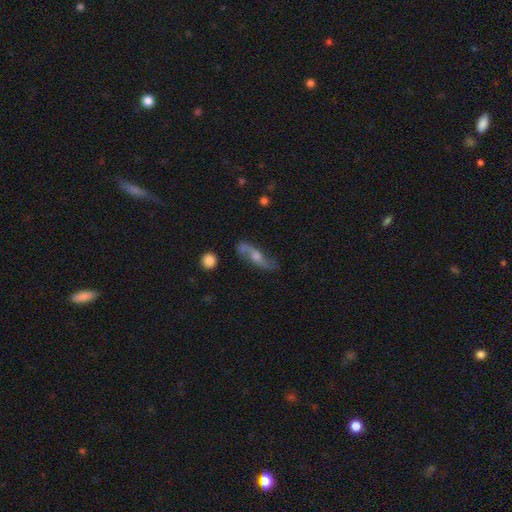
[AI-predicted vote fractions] Q: Smooth or featured?
A: featured or disk (74%); runner-up: smooth (18%)
Q: Edge-on disk?
A: no (76%); runner-up: yes (24%)
Q: Bar?
A: no (56%); runner-up: weak (34%)
Q: Spiral arms?
A: yes (91%); runner-up: no (9%)
Q: Spiral winding?
A: loose (72%); runner-up: medium (21%)
Q: Spiral arm count?
A: 2 (90%); runner-up: can't tell (5%)
Q: Bulge size?
A: moderate (54%); runner-up: small (25%)
Q: Merging?
A: none (70%); runner-up: minor disturbance (17%)